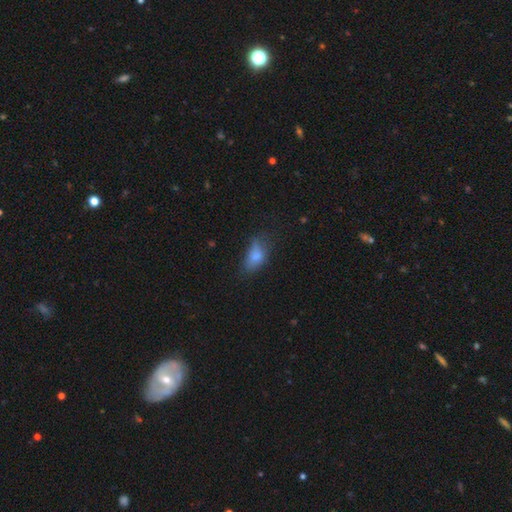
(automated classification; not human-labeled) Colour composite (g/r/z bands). It shows a smooth galaxy with no disk features (73%) that is in between round and cigar-shaped (87%). Merging: none (39%).